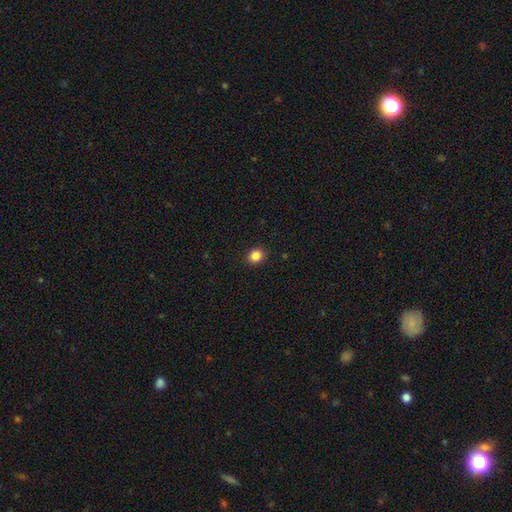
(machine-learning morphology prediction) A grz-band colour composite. It shows a smooth galaxy with no disk features (86%) that is round (78%). Merging: none (91%).